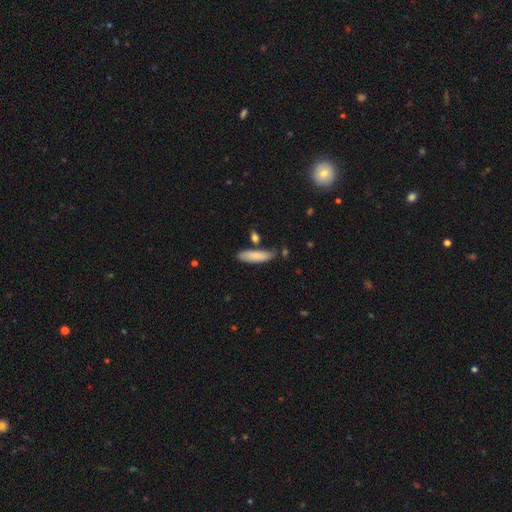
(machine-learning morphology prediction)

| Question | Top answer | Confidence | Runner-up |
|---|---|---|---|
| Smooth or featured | smooth | 84% | featured or disk (10%) |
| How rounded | cigar-shaped | 63% | in between (36%) |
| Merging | none | 76% | minor disturbance (14%) |